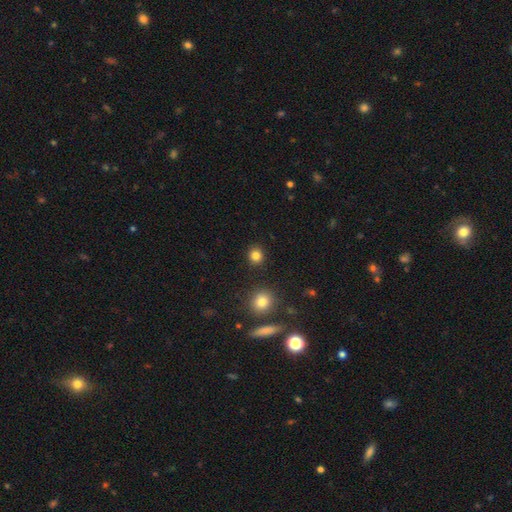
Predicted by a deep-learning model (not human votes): A smooth galaxy with no disk features (83%) that is round (89%). Merging: none (90%).